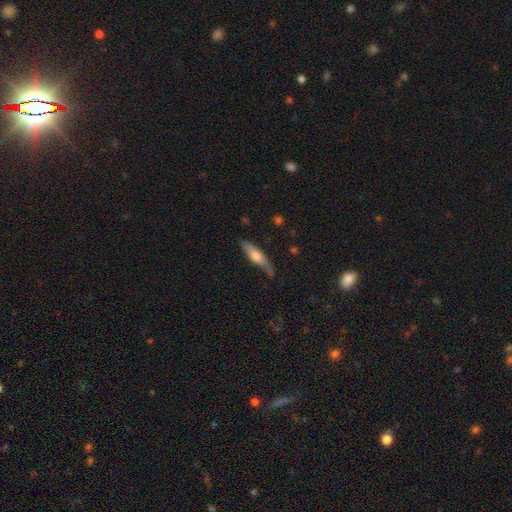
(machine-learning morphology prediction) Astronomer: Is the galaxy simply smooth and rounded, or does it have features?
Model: smooth — 51% (runner-up: featured or disk, 43%).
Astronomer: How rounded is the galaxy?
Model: cigar-shaped — 78%.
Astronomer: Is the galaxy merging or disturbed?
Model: none — 73%.